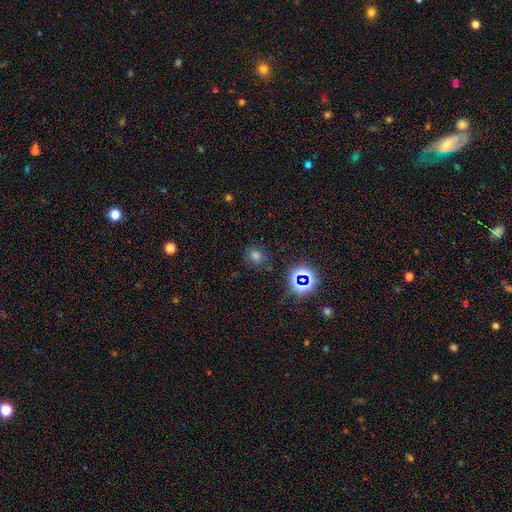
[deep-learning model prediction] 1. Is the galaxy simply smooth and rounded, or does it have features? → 63% smooth, 30% star or artifact, 7% featured or disk.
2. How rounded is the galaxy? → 66% round, 33% in between, 1% cigar-shaped.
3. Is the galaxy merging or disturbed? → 80% none, 13% minor disturbance, 5% major disturbance, 3% merger.